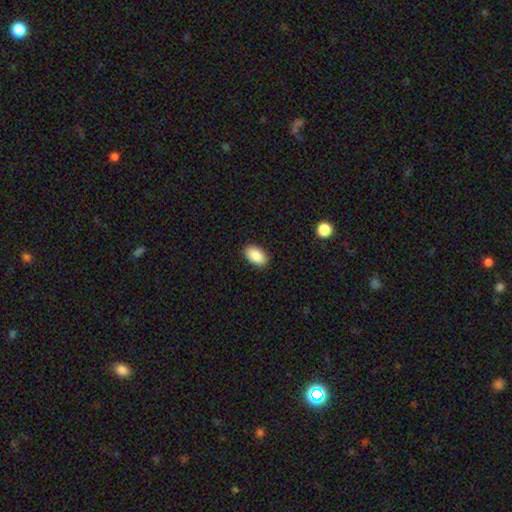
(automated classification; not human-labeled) Overall: smooth (89%). How rounded: in between (93%). Merging: none (90%).